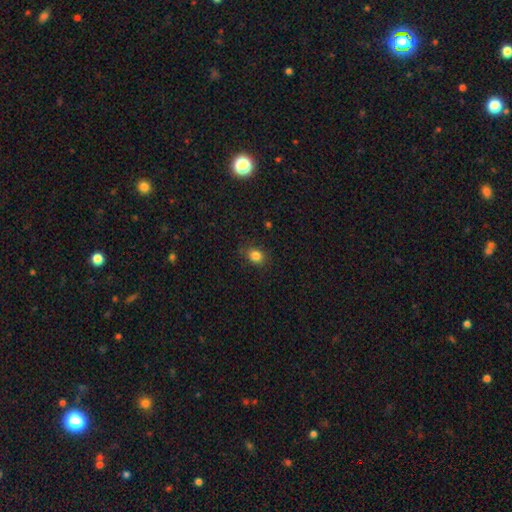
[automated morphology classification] A smooth galaxy with no disk features (83%) that is round (55%). Merging: none (82%).